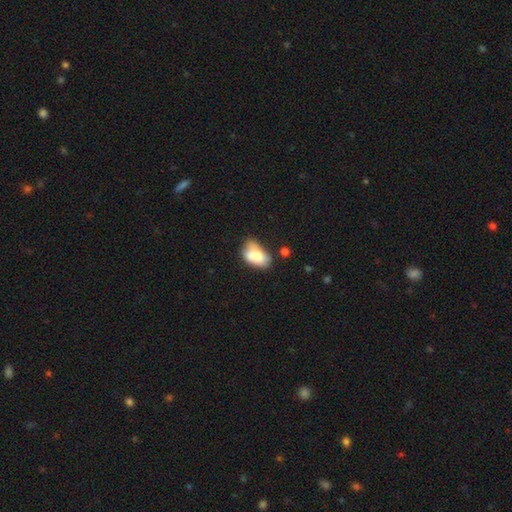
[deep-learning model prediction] A smooth galaxy with no disk features (71%) that is in between round and cigar-shaped (89%). Merging: none (33%).